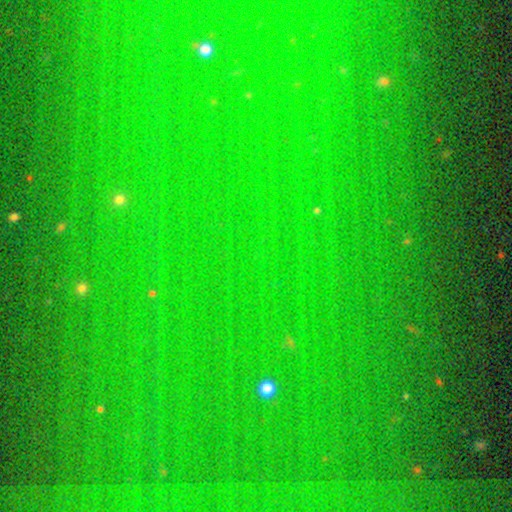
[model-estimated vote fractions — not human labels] This appears to be a star or artifact, not a galaxy (77%).